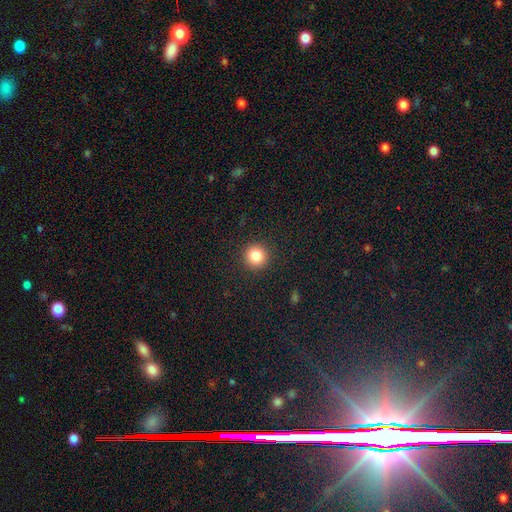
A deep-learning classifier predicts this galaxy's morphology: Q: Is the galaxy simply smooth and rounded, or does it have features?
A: smooth — 84%.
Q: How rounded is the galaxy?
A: round — 95%.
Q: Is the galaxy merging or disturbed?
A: none — 92%.